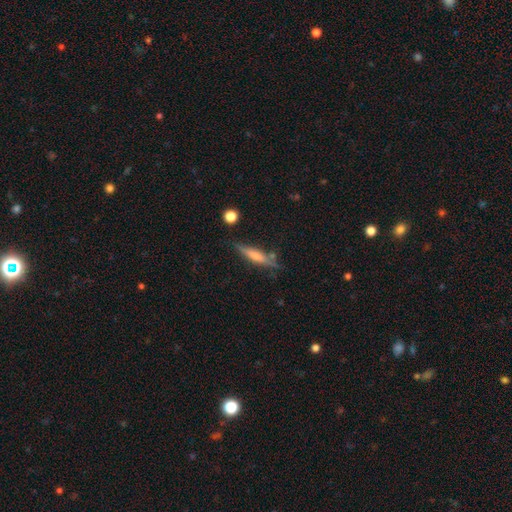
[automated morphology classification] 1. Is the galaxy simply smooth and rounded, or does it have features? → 50% featured or disk, 42% smooth, 8% star or artifact.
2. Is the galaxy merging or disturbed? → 76% none, 15% minor disturbance, 4% merger, 4% major disturbance.